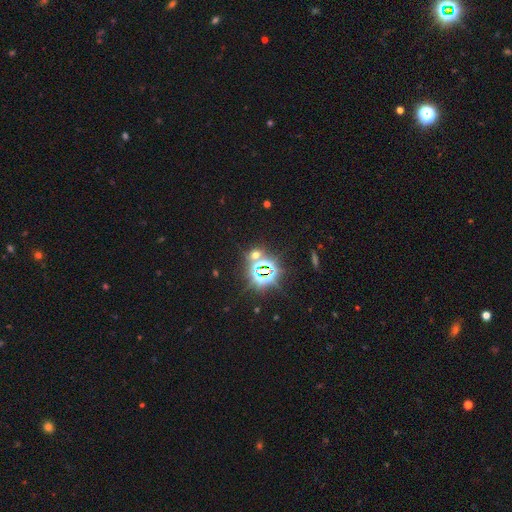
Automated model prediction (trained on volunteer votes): Smooth or featured?
  - star or artifact: 71% *
  - smooth: 21%
  - featured or disk: 8%